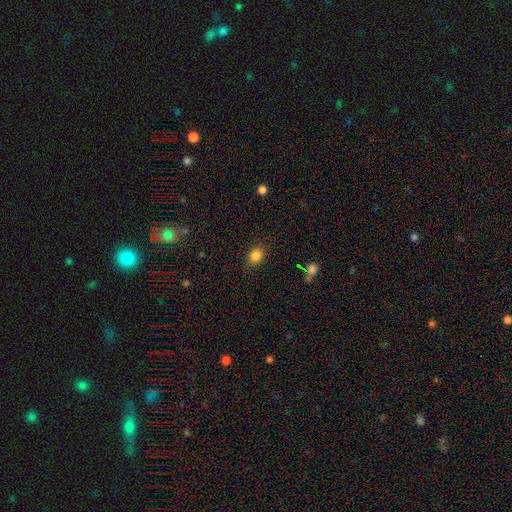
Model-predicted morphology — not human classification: Smooth or featured? Predicted: smooth (p=0.84). How rounded? Predicted: round (p=0.53). Merging? Predicted: none (p=0.88).